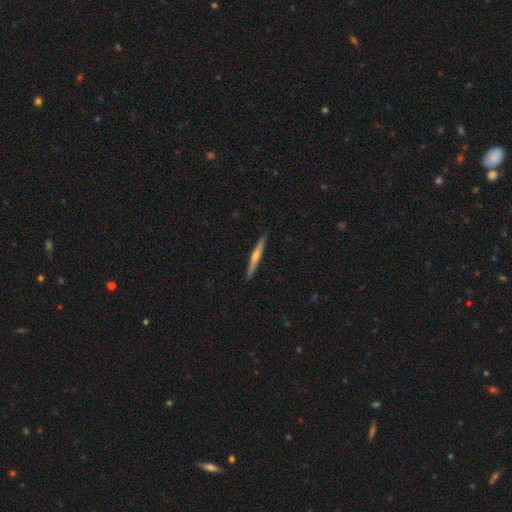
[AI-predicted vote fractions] This is likely a featured or disk galaxy (64%). It is clearly viewed edge-on (98%). Edge-on bulge: likely rounded (73%). Merging: clearly none (92%).